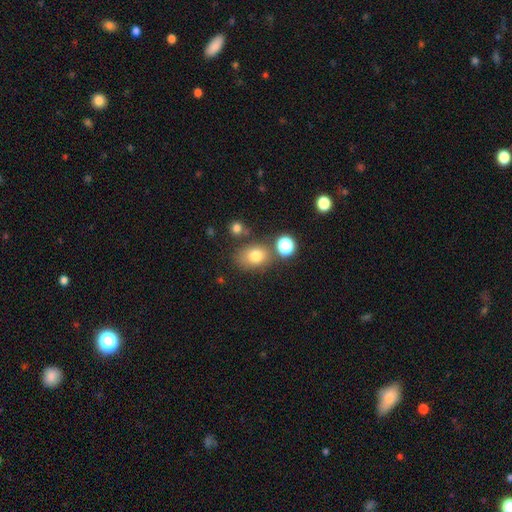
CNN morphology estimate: Smooth or featured?
  - smooth: 76% *
  - star or artifact: 13%
  - featured or disk: 11%
How rounded?
  - in between: 58% *
  - round: 41%
  - cigar-shaped: 1%
Merging?
  - none: 65% *
  - minor disturbance: 17%
  - merger: 11%
  - major disturbance: 6%